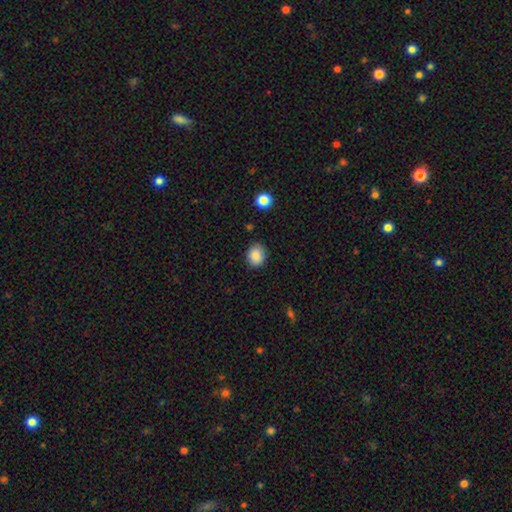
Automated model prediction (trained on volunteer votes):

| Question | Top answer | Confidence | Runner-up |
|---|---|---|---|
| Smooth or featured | smooth | 88% | star or artifact (9%) |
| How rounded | round | 64% | in between (36%) |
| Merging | none | 84% | minor disturbance (12%) |